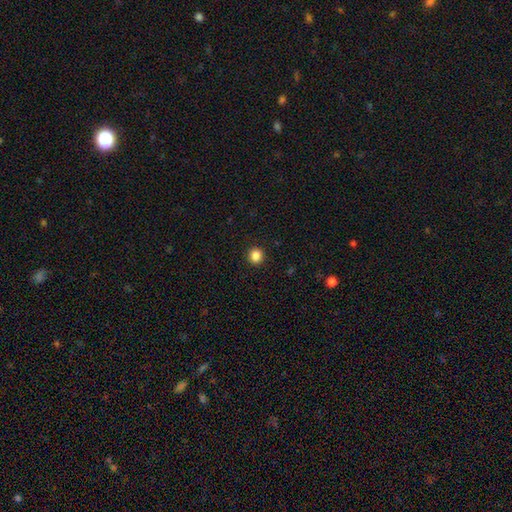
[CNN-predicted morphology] This appears to be a smooth galaxy with no disk features (85%) that is round (92%). Merging: none (93%).